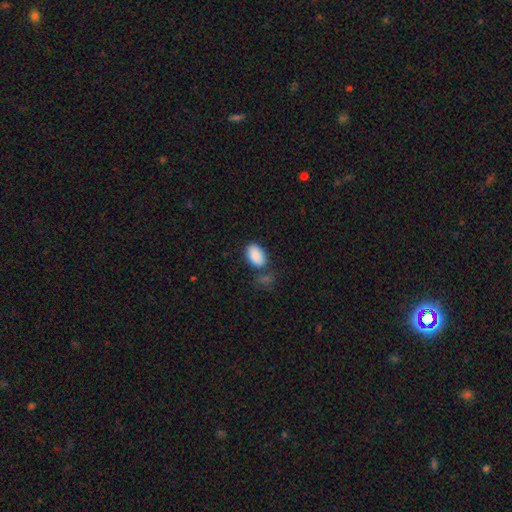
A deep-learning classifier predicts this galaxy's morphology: This is clearly a smooth galaxy (89%). How rounded: clearly in between (93%). Merging: likely none (66%).